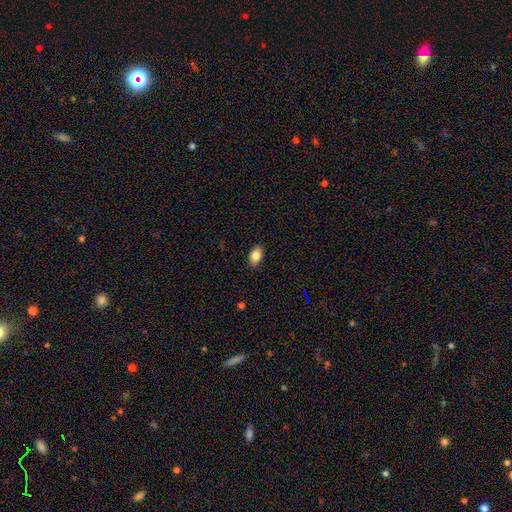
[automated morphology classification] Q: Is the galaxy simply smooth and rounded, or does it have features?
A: smooth — 83%.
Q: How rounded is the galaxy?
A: in between — 89%.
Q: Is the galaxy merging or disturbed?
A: none — 87%.